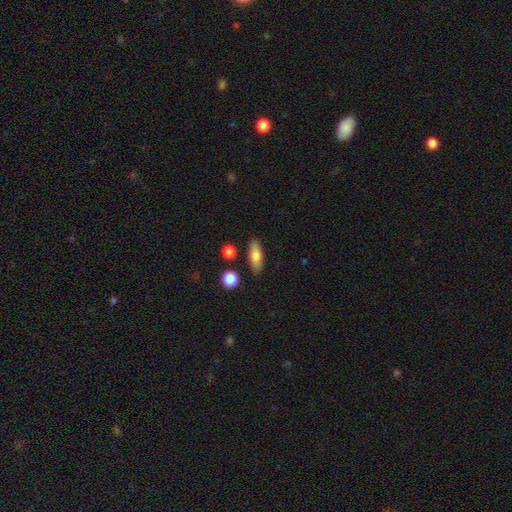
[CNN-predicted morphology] Smooth or featured? smooth (75%)
How rounded? in between (63%)
Merging? none (83%)